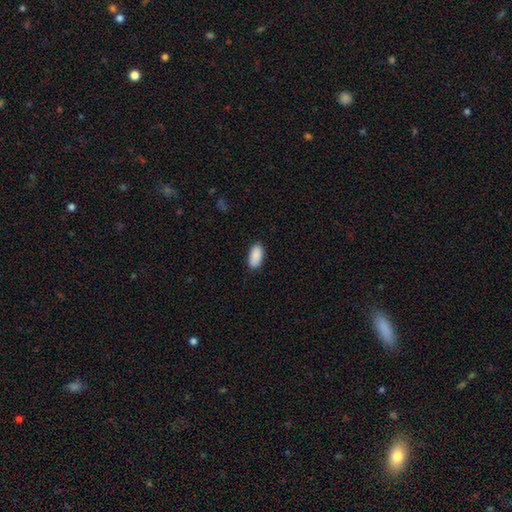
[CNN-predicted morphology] The model was most divided on "merging": none: 87%, minor disturbance: 10%, major disturbance: 2%, merger: 1%. More confident: how rounded — in between (92%); smooth or featured — smooth (91%).